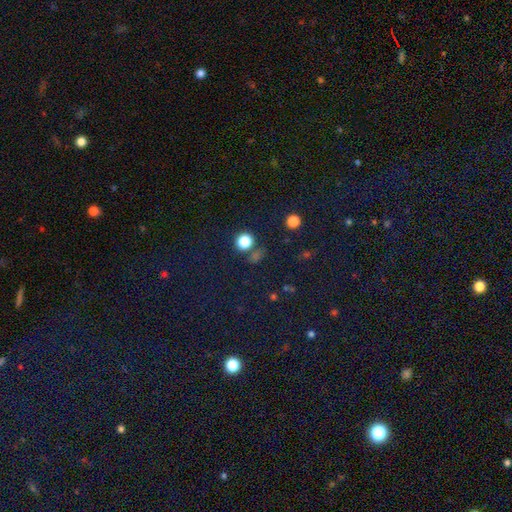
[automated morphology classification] Overall: smooth (53%; star or artifact 40%). How rounded: round (80%). Merging: none (76%).